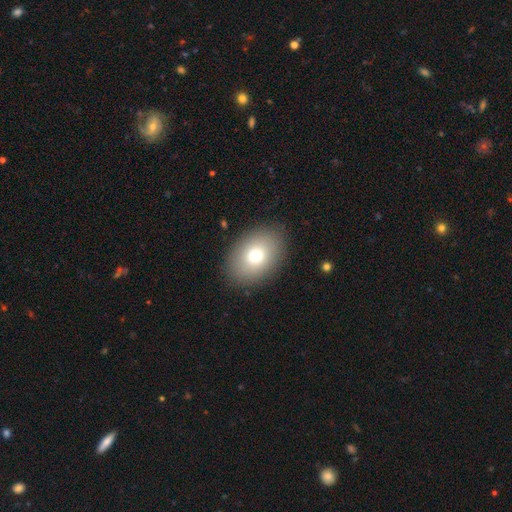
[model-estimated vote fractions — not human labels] smooth 75%, featured or disk 14%, star or artifact 10%. Down the decision tree: how rounded — in between (75%); merging — none (88%).